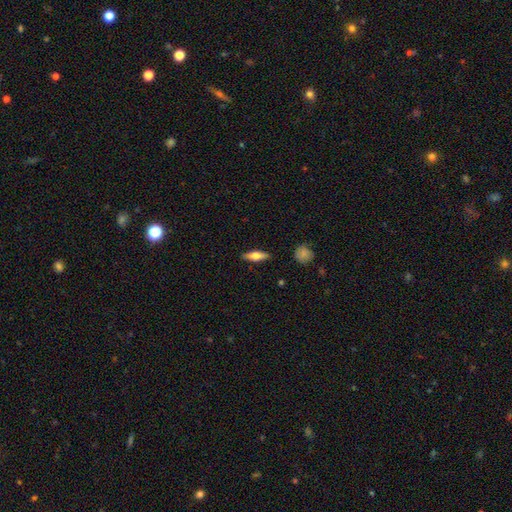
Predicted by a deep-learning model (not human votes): This appears to be a smooth galaxy with no disk features (52%) that is cigar-shaped (50%). Merging: none (88%).